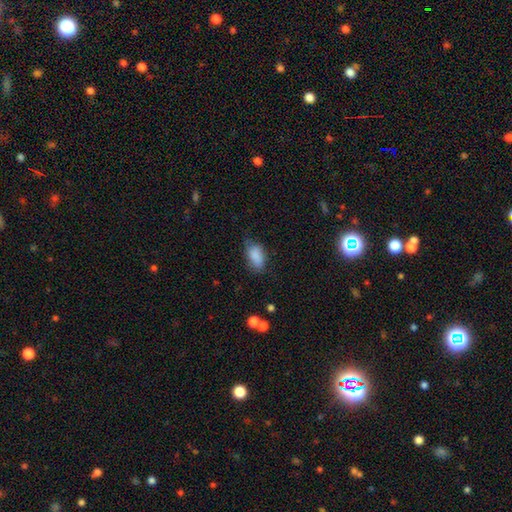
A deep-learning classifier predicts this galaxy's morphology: Q: Smooth or featured?
A: smooth (84%); runner-up: featured or disk (8%)
Q: How rounded?
A: in between (90%); runner-up: round (6%)
Q: Merging?
A: none (58%); runner-up: minor disturbance (31%)